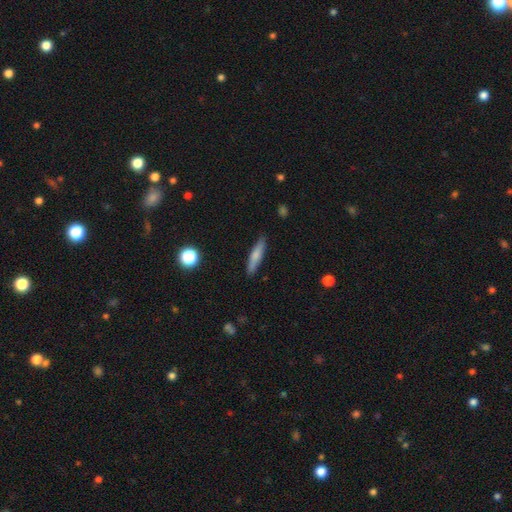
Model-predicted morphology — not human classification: smooth-or-featured: smooth: 71% | featured or disk: 22% | star or artifact: 7%
  how-rounded: cigar-shaped: 83% | in between: 15% | round: 2%
  merging: none: 87% | minor disturbance: 9% | major disturbance: 2% | merger: 1%